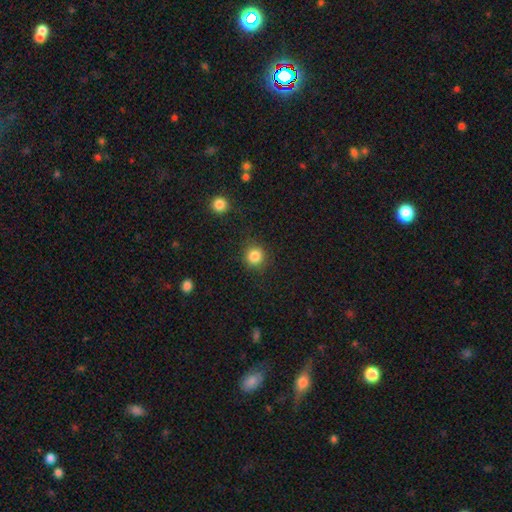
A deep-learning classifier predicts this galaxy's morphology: Smooth or featured?
  - smooth: 85% *
  - star or artifact: 11%
  - featured or disk: 4%
How rounded?
  - round: 92% *
  - in between: 8%
  - cigar-shaped: 1%
Merging?
  - none: 87% *
  - minor disturbance: 8%
  - major disturbance: 3%
  - merger: 2%